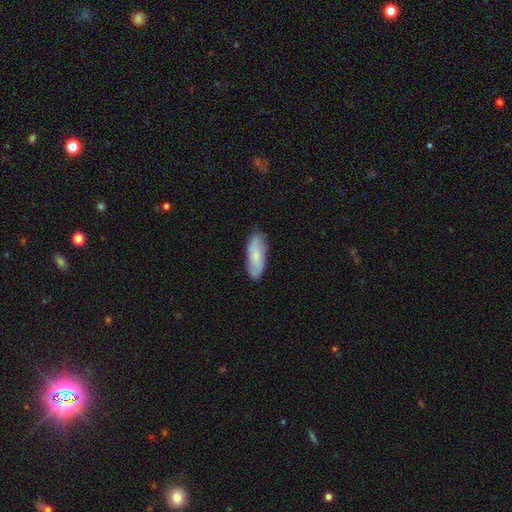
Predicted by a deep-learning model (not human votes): smooth-or-featured: smooth: 59% | featured or disk: 35% | star or artifact: 6%
  how-rounded: in between: 66% | cigar-shaped: 32% | round: 2%
  merging: none: 81% | minor disturbance: 15% | major disturbance: 3% | merger: 1%